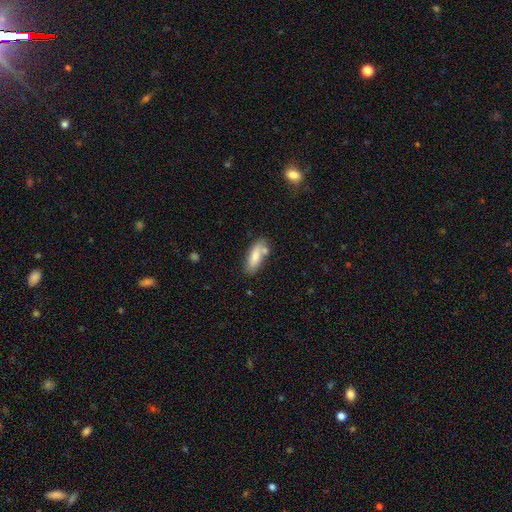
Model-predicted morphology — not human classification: smooth-or-featured: smooth: 79% | featured or disk: 14% | star or artifact: 7%
  how-rounded: in between: 66% | cigar-shaped: 32% | round: 2%
  merging: none: 62% | minor disturbance: 18% | merger: 15% | major disturbance: 5%